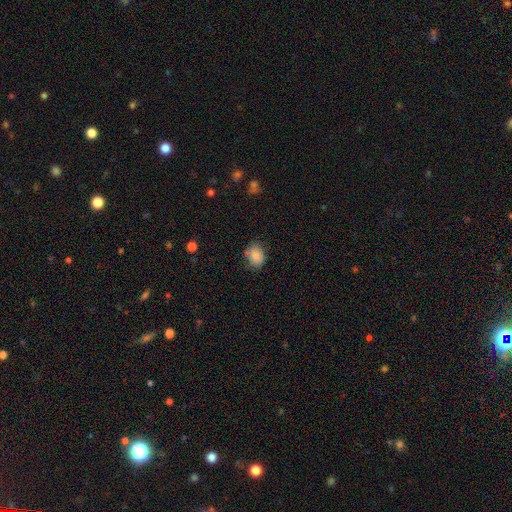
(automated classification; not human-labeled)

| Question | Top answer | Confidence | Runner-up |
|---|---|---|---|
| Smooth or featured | smooth | 80% | featured or disk (12%) |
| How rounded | in between | 60% | round (39%) |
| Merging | none | 71% | minor disturbance (21%) |